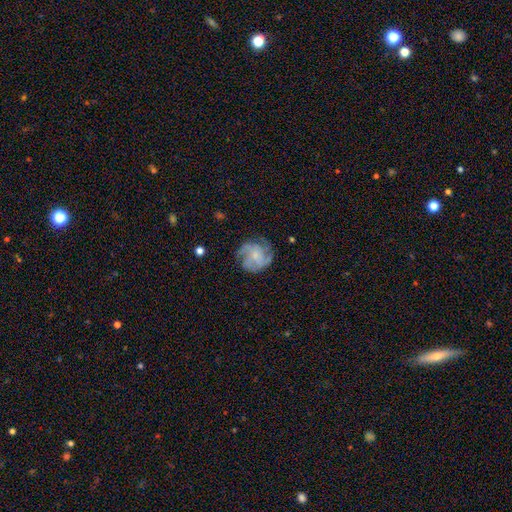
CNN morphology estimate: This is likely a featured or disk galaxy (72%). It is clearly not viewed edge-on (98%). Bar: likely no (70%). Spiral arm pattern: clearly yes (91%). Spiral arm count: marginally 3 (31%). Spiral winding: marginally medium (44%). Central bulge: possibly small (56%). Merging: likely none (68%).